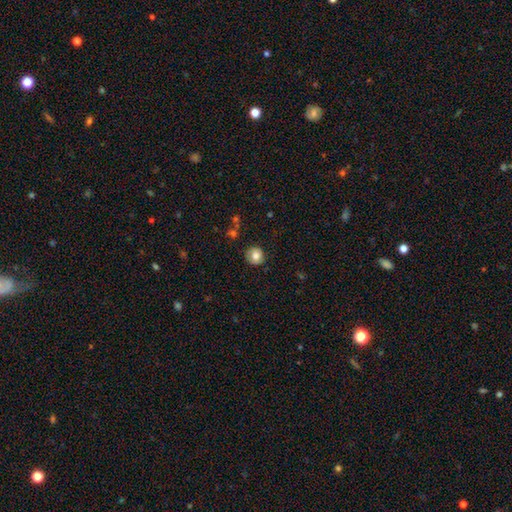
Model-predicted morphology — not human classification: Smooth or featured? smooth (82%)
How rounded? round (90%)
Merging? none (86%)